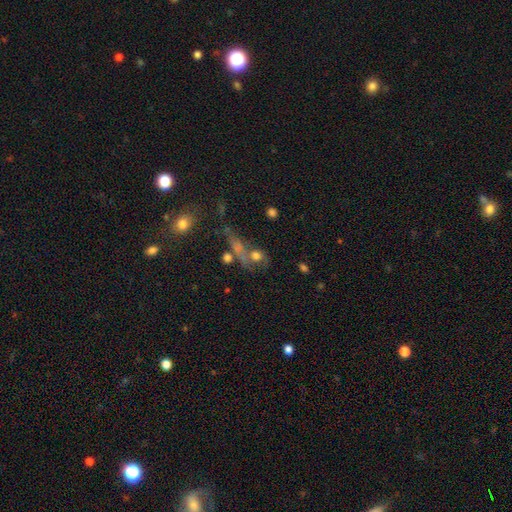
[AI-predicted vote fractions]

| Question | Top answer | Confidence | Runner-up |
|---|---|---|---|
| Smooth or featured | smooth | 60% | featured or disk (23%) |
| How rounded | round | 59% | in between (32%) |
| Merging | none | 41% | merger (29%) |